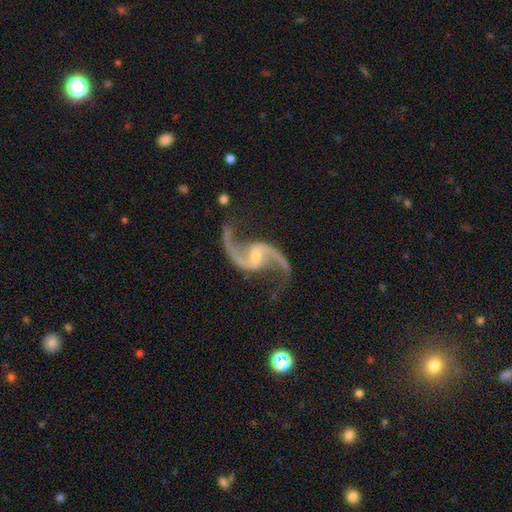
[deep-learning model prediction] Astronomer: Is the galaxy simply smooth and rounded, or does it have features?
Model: featured or disk — 94%.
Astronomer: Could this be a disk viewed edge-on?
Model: no — 98%.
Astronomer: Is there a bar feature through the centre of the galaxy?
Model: weak — 41% (runner-up: no, 39%).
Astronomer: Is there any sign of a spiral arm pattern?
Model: yes — 98%.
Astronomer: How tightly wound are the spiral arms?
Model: loose — 67%.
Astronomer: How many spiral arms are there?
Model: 2 — 95%.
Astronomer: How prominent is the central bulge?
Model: small — 68%.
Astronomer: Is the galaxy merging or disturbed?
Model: none — 77%.